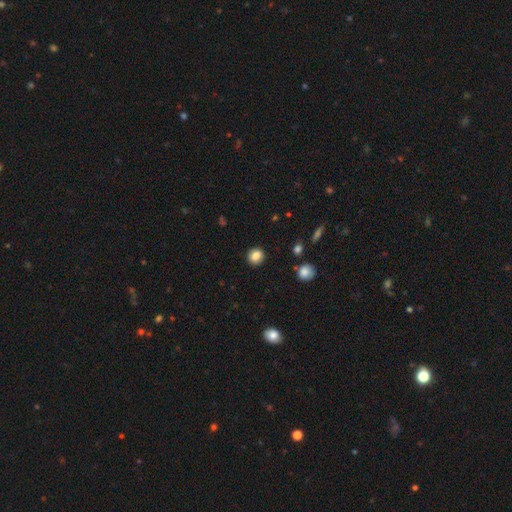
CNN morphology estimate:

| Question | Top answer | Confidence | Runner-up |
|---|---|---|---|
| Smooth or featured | smooth | 83% | star or artifact (10%) |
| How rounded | round | 76% | in between (23%) |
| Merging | none | 89% | minor disturbance (8%) |